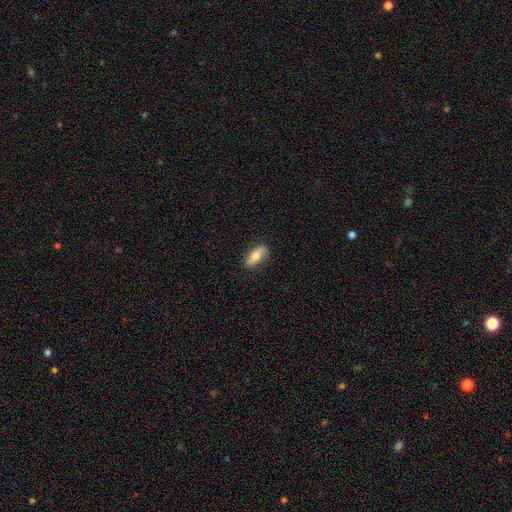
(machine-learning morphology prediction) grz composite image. It shows a smooth galaxy with no disk features (60%) that is in between round and cigar-shaped (75%). Merging: none (84%).